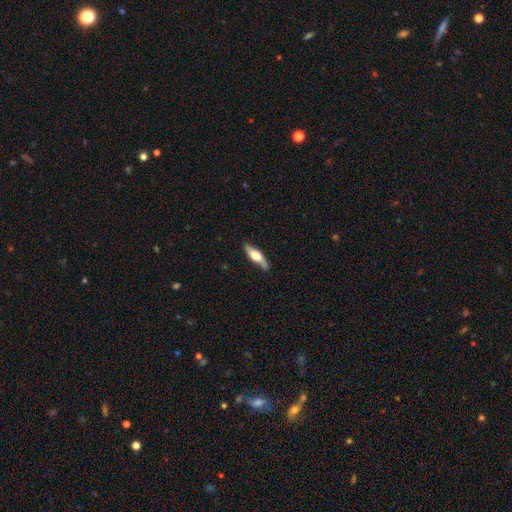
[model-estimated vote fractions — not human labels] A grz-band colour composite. It shows a featured or disk galaxy (51%) viewed edge-on (82%). Merging: none (77%).